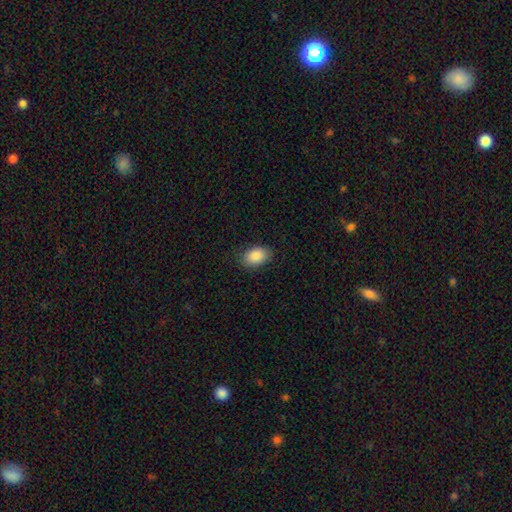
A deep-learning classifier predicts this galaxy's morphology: Smooth or featured: smooth — 88% (star or artifact — 7%)
How rounded: in between — 87% (round — 12%)
Merging: none — 85% (minor disturbance — 12%)